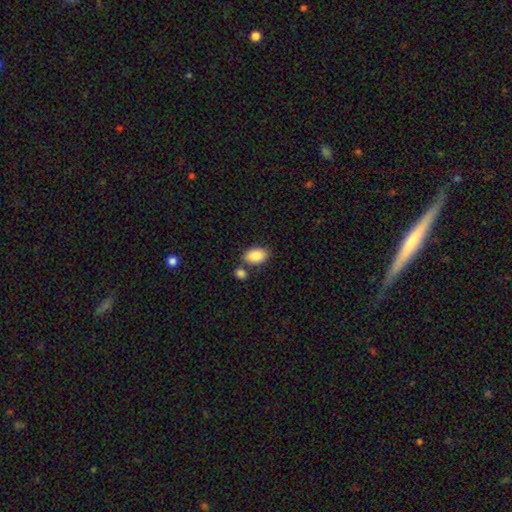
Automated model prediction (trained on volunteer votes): smooth 88%, star or artifact 7%, featured or disk 5%. Down the decision tree: how rounded — in between (91%); merging — none (70%).